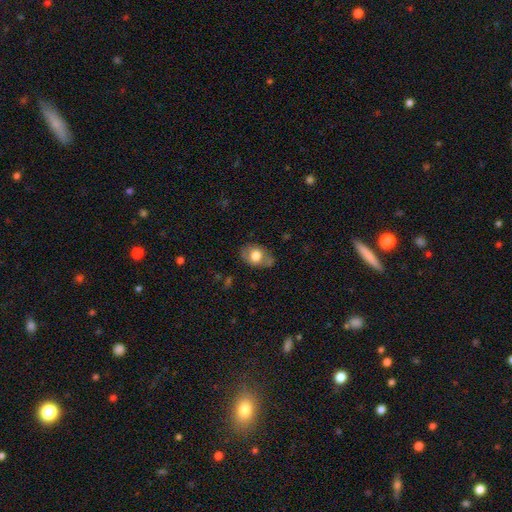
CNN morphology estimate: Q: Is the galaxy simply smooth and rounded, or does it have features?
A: smooth — 68%.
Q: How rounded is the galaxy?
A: in between — 77%.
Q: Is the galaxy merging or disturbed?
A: none — 67%.